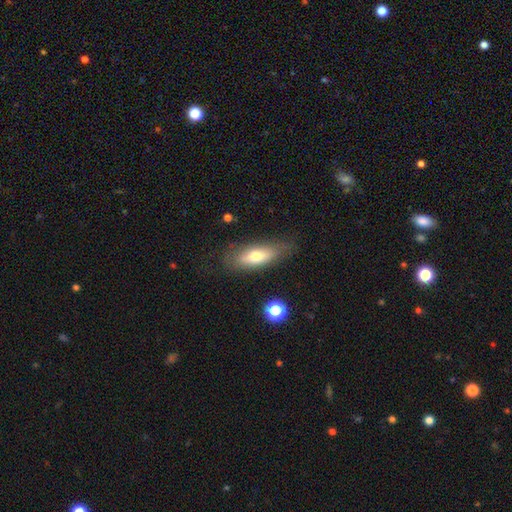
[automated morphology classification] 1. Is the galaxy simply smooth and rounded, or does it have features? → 65% smooth, 28% featured or disk, 8% star or artifact.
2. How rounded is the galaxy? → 66% in between, 30% cigar-shaped, 3% round.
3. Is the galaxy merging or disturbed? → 73% none, 19% minor disturbance, 6% major disturbance, 2% merger.